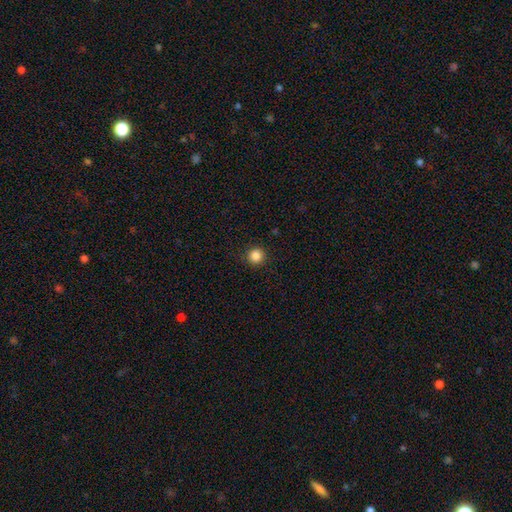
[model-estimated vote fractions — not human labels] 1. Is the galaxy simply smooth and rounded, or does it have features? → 85% smooth, 11% star or artifact, 3% featured or disk.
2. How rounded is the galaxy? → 95% round, 4% in between, 1% cigar-shaped.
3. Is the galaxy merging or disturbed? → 92% none, 5% minor disturbance, 2% major disturbance, 1% merger.